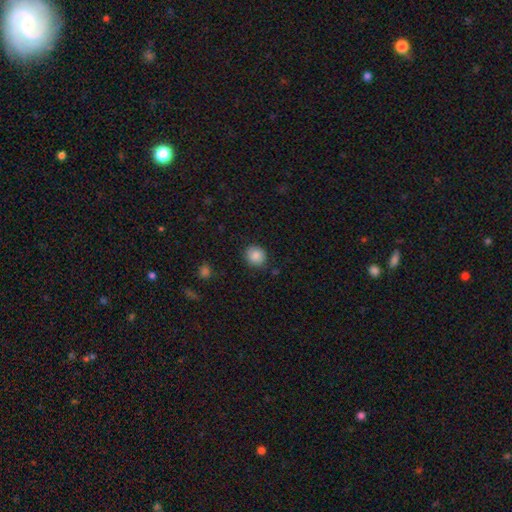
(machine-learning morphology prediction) Smooth or featured: smooth — 86% (star or artifact — 9%)
How rounded: round — 86% (in between — 13%)
Merging: none — 85% (minor disturbance — 10%)